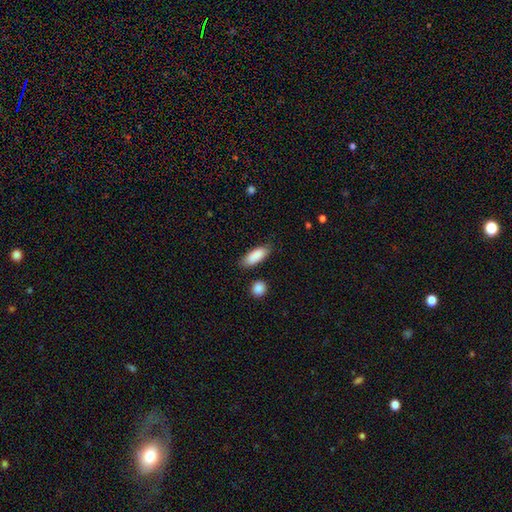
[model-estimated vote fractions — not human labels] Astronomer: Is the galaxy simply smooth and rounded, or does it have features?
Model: smooth — 88%.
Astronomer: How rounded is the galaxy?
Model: in between — 76%.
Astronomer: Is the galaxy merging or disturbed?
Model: none — 79%.